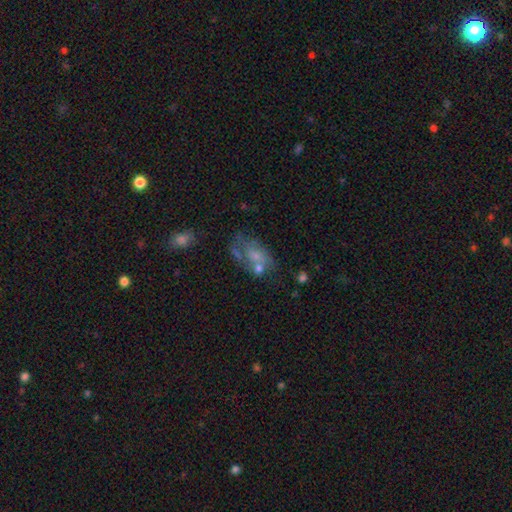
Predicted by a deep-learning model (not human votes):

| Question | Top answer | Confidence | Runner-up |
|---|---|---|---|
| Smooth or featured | featured or disk | 49% | smooth (35%) |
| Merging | none | 39% | major disturbance (22%) |